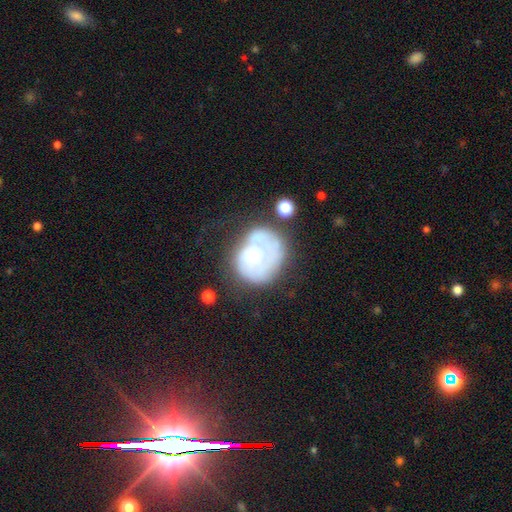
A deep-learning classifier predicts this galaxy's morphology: smooth_or_featured: featured or disk (p=0.51) [alt: smooth p=0.41]
disk_edge_on: no (p=0.98) [alt: yes p=0.02]
merging: none (p=0.37) [alt: major disturbance p=0.27]